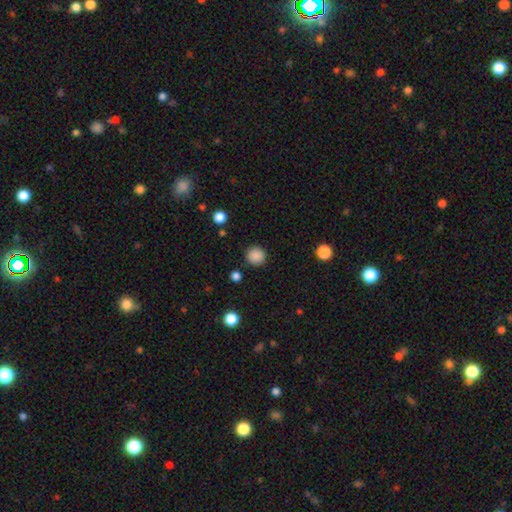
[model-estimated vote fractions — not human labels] Morphology: type=smooth (87%); roundness=round (94%); merging=none (89%).